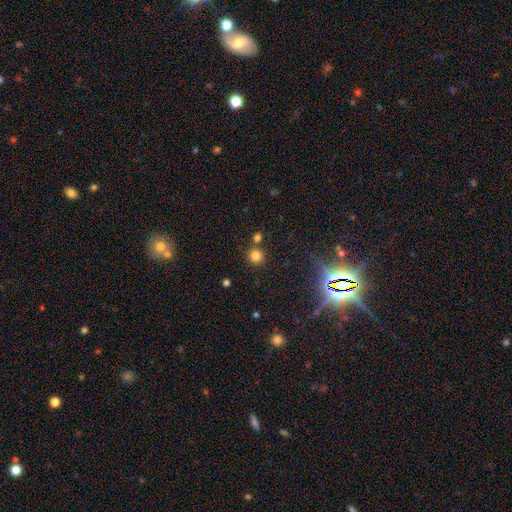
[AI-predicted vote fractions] The model was most divided on "merging": none: 77%, merger: 13%, minor disturbance: 7%, major disturbance: 3%. More confident: how rounded — round (92%); smooth or featured — smooth (79%).